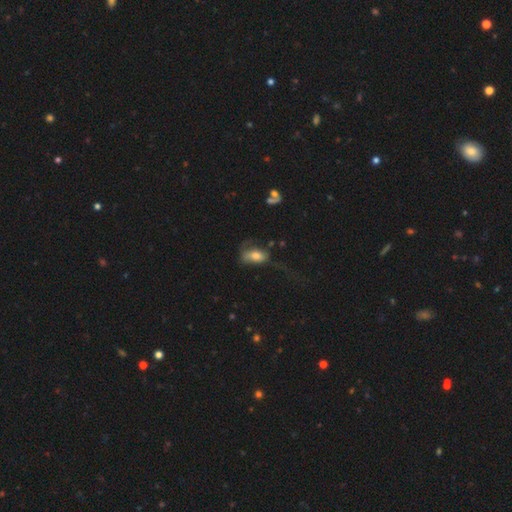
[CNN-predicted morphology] The model was most divided on "merging": major disturbance: 43%, none: 29%, minor disturbance: 23%, merger: 4%. More confident: how rounded — in between (87%); smooth or featured — smooth (65%).